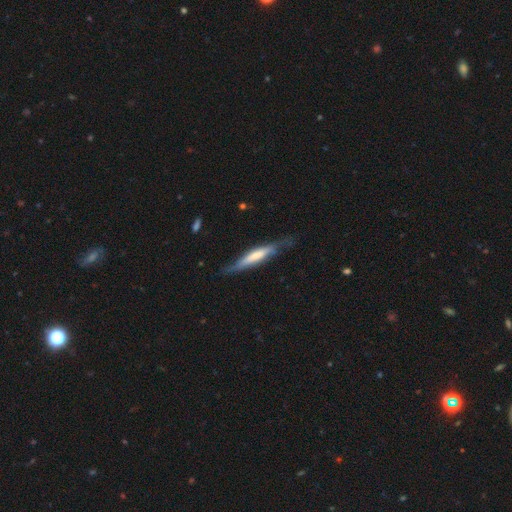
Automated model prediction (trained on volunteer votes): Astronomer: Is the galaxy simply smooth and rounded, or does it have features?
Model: featured or disk — 49% (runner-up: smooth, 46%).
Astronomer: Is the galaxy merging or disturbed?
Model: none — 64%.